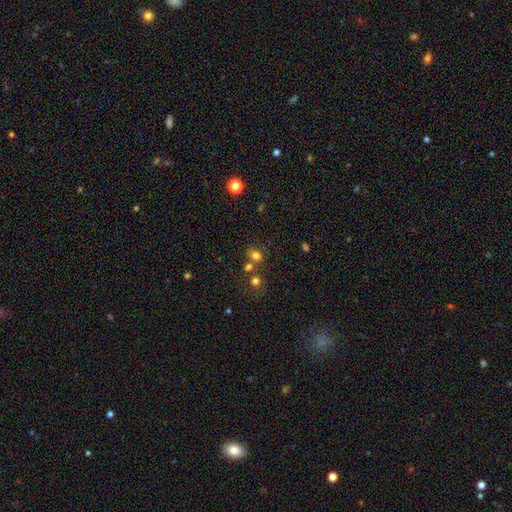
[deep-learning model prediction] Smooth or featured? smooth (74%)
How rounded? round (62%)
Merging? none (54%)